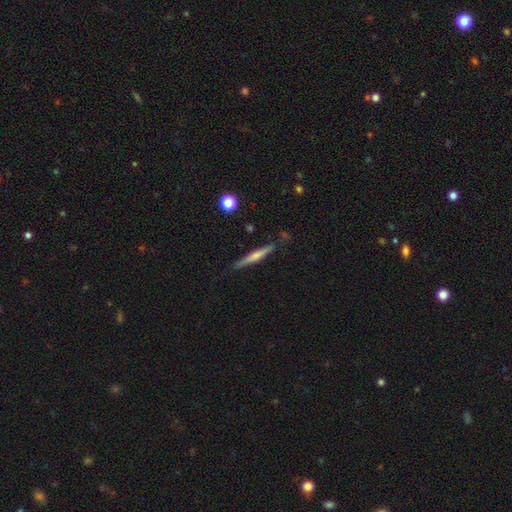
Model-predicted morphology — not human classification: type=smooth (53%); roundness=cigar-shaped (93%); merging=none (82%).